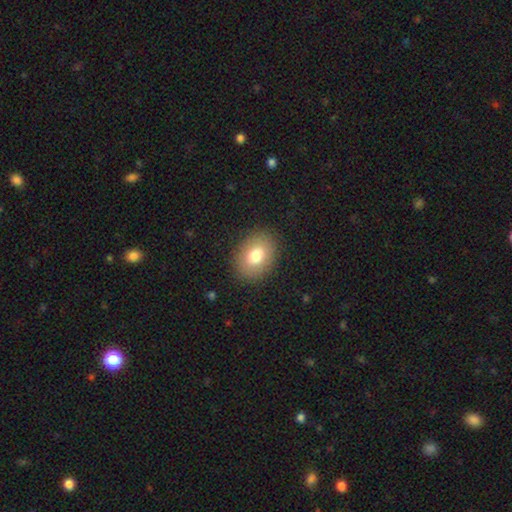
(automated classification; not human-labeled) A smooth galaxy with no disk features (78%) that is in between round and cigar-shaped (68%). Merging: none (88%).